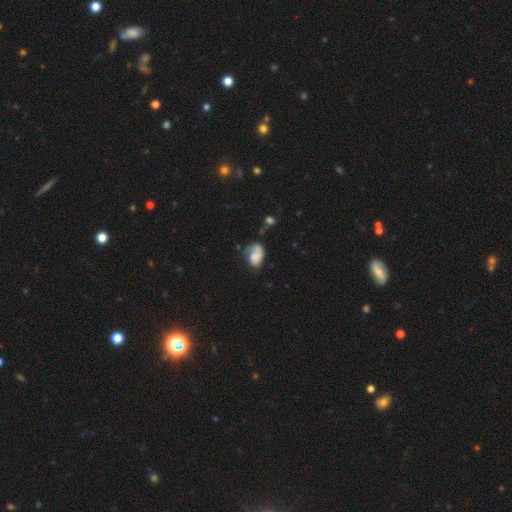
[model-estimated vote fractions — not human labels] Morphology: type=smooth (52%); roundness=in between (79%); merging=none (38%).